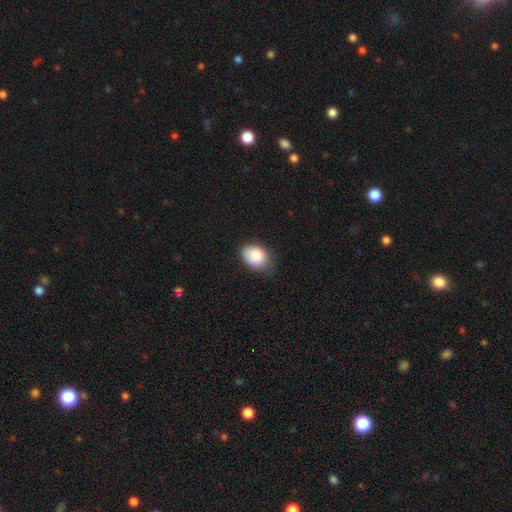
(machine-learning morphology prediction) A smooth galaxy with no disk features (84%) that is in between round and cigar-shaped (74%). Merging: none (62%).